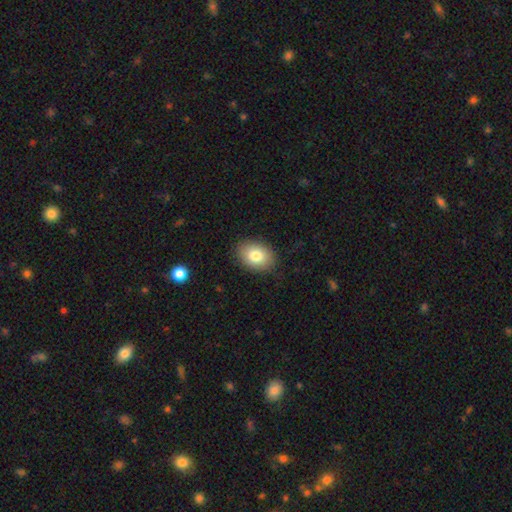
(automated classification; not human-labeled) Overall: smooth (82%). How rounded: in between (76%). Merging: none (87%).